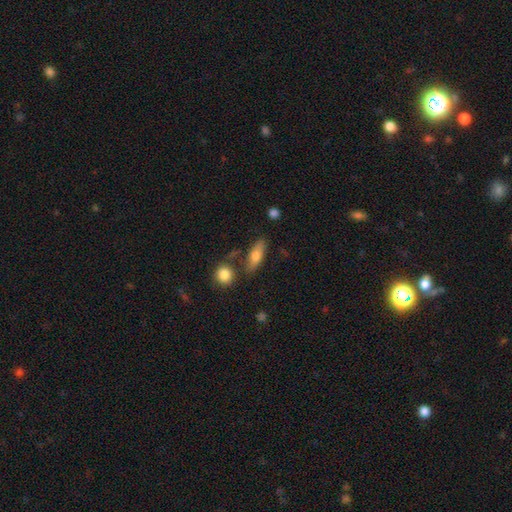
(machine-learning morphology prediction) smooth-or-featured: smooth: 71% | featured or disk: 22% | star or artifact: 7%
  how-rounded: in between: 65% | cigar-shaped: 31% | round: 5%
  merging: none: 71% | minor disturbance: 15% | merger: 9% | major disturbance: 5%